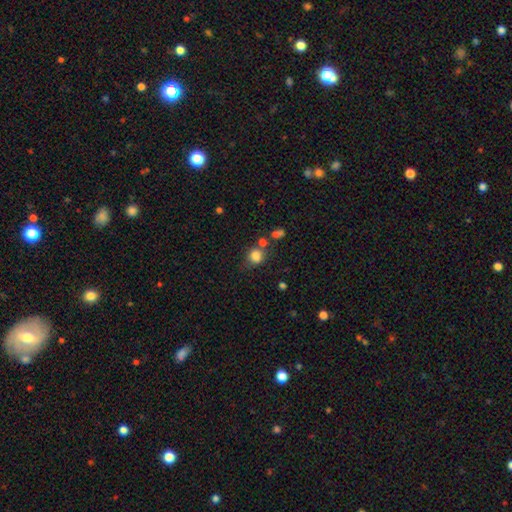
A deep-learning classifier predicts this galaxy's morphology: type=smooth (81%); roundness=round (73%); merging=none (59%).